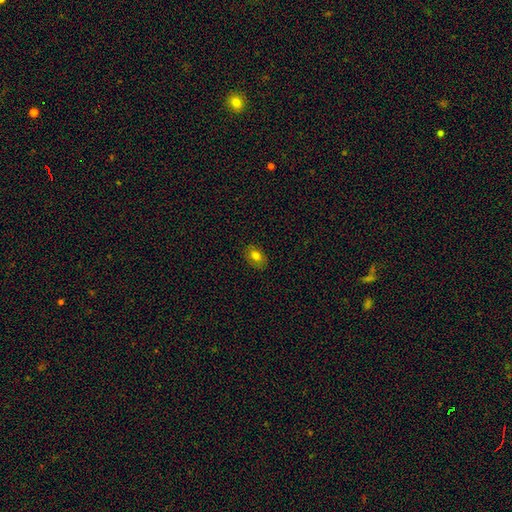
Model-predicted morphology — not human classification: Smooth or featured? Predicted: smooth (p=0.77). How rounded? Predicted: in between (p=0.80). Merging? Predicted: none (p=0.85).